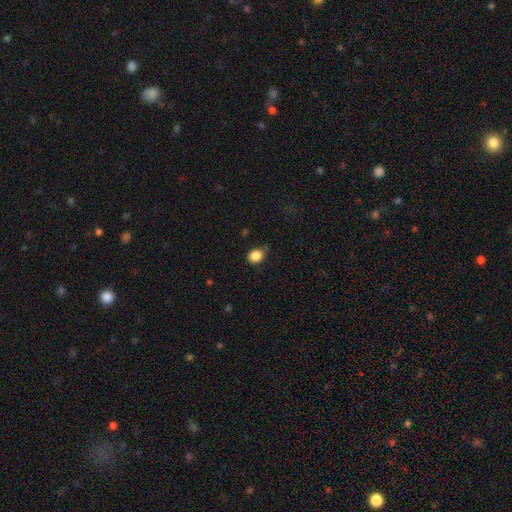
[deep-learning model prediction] Overall: smooth (86%). How rounded: round (57%; in between 42%). Merging: none (71%).